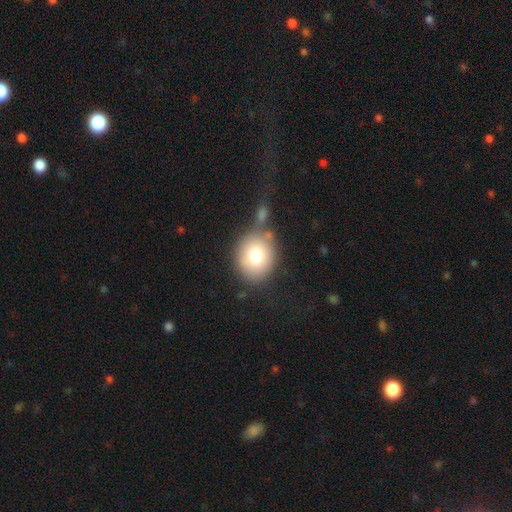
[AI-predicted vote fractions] Q: Smooth or featured?
A: smooth (77%); runner-up: featured or disk (14%)
Q: How rounded?
A: round (69%); runner-up: in between (30%)
Q: Merging?
A: none (64%); runner-up: minor disturbance (15%)